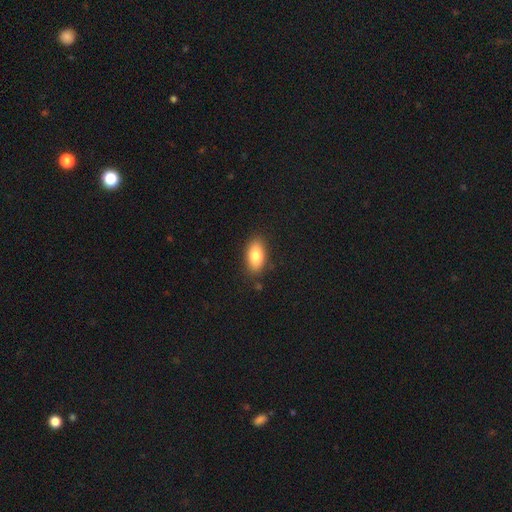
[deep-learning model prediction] Smooth or featured? smooth (81%)
How rounded? in between (89%)
Merging? none (85%)